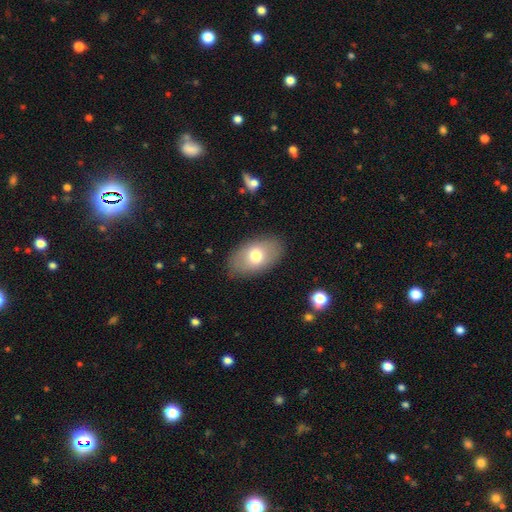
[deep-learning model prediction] Smooth or featured?
  - smooth: 71% *
  - featured or disk: 22%
  - star or artifact: 7%
How rounded?
  - in between: 91% *
  - round: 7%
  - cigar-shaped: 1%
Merging?
  - none: 83% *
  - minor disturbance: 12%
  - major disturbance: 3%
  - merger: 1%